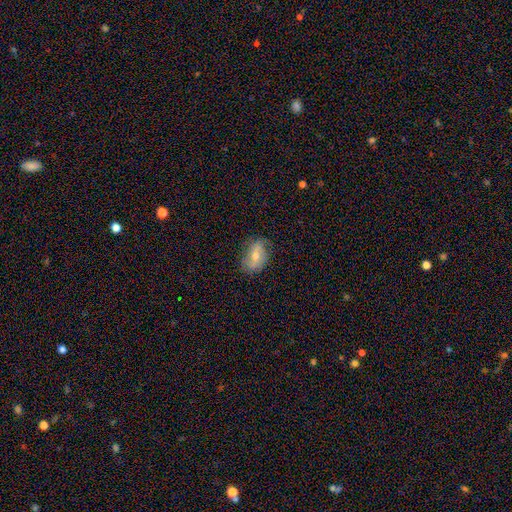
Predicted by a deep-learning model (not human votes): smooth_or_featured: smooth (p=0.49) [alt: featured or disk p=0.43]
merging: none (p=0.71) [alt: minor disturbance p=0.22]